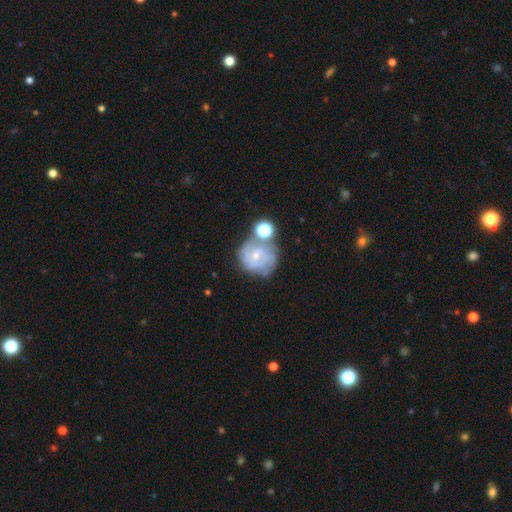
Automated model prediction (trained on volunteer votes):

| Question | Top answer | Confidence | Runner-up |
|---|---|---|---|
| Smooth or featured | featured or disk | 67% | smooth (24%) |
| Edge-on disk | no | 98% | yes (2%) |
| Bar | no | 62% | weak (32%) |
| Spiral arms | yes | 85% | no (15%) |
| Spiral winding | tight | 51% | medium (37%) |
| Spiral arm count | can't tell | 35% | tied: 2 (35%) |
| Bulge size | small | 66% | moderate (27%) |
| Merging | none | 49% | merger (20%) |